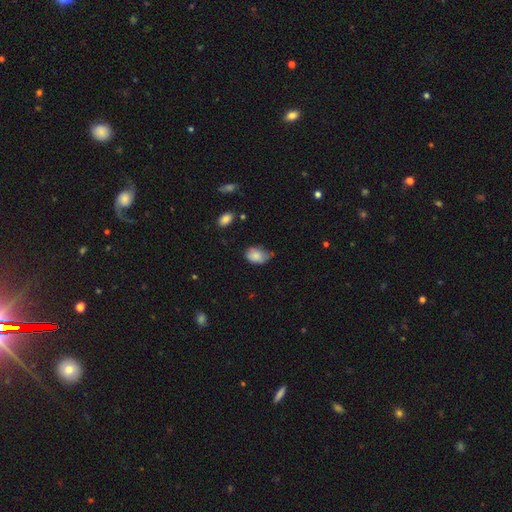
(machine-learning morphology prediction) smooth-or-featured: smooth: 82% | featured or disk: 10% | star or artifact: 8%
  how-rounded: in between: 84% | round: 14% | cigar-shaped: 1%
  merging: none: 45% | minor disturbance: 43% | major disturbance: 9% | merger: 3%